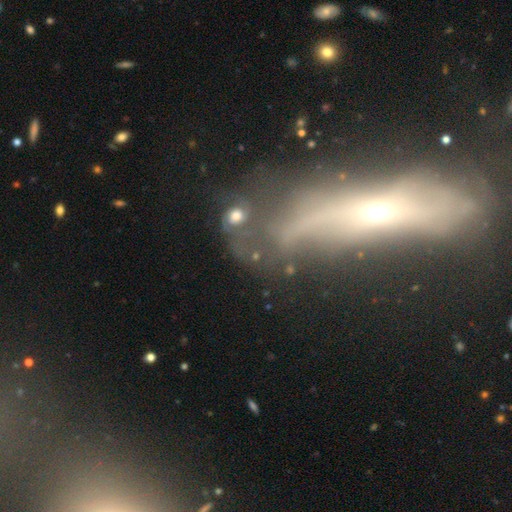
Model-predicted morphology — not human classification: Smooth or featured? featured or disk (36%, tied with smooth)
Merging? none (44%)